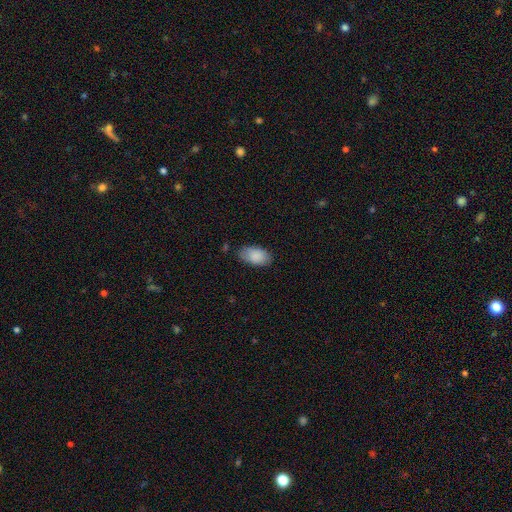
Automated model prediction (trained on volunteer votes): Q: Smooth or featured?
A: smooth (88%); runner-up: star or artifact (6%)
Q: How rounded?
A: in between (94%); runner-up: round (4%)
Q: Merging?
A: none (78%); runner-up: minor disturbance (17%)